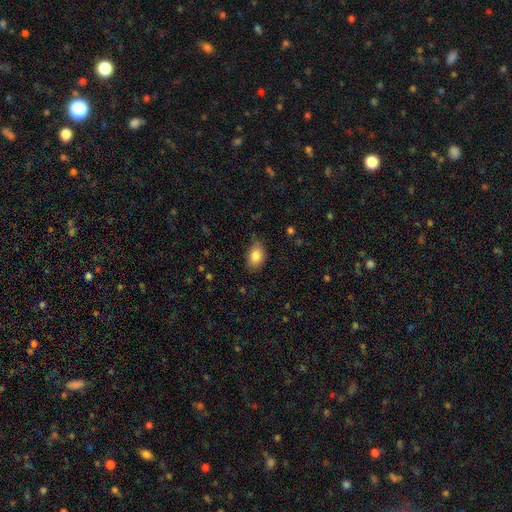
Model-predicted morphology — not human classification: type=smooth (85%); roundness=in between (85%); merging=none (77%).